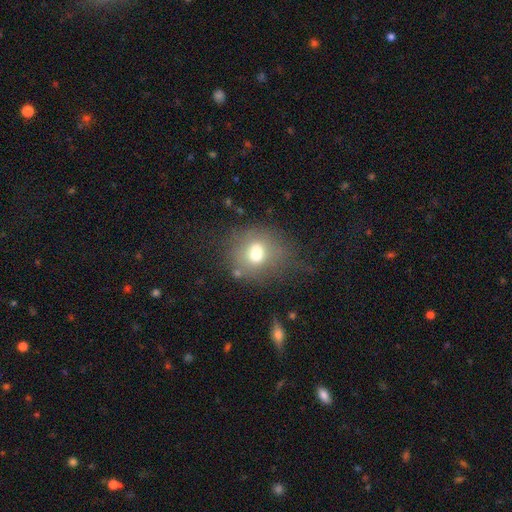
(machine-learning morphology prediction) type=smooth (59%); roundness=round (73%); merging=merger (40%).